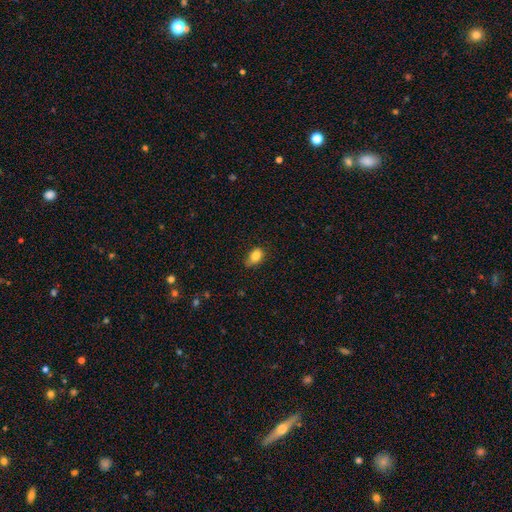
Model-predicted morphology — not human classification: type=smooth (84%); roundness=in between (78%); merging=none (60%).